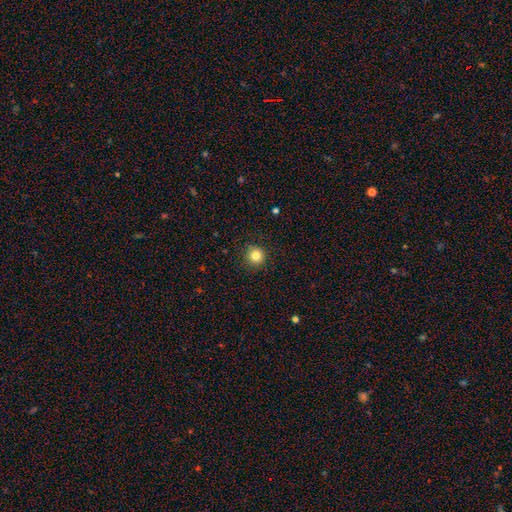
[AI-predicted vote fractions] Smooth or featured?
  - smooth: 84% *
  - star or artifact: 11%
  - featured or disk: 5%
How rounded?
  - round: 94% *
  - in between: 5%
  - cigar-shaped: 1%
Merging?
  - none: 90% *
  - minor disturbance: 7%
  - major disturbance: 2%
  - merger: 1%